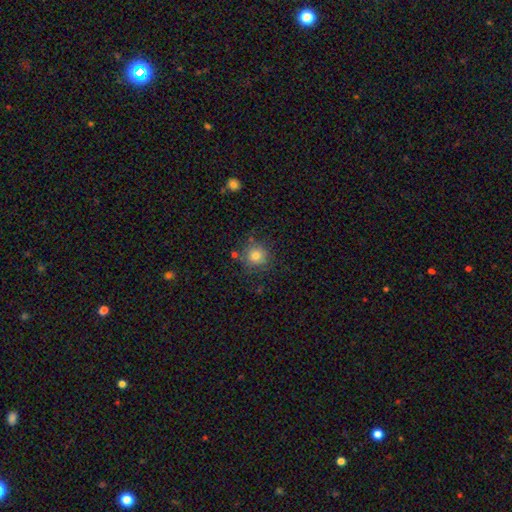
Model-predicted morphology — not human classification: The model was most divided on "merging": none: 79%, minor disturbance: 12%, merger: 4%, major disturbance: 4%. More confident: how rounded — round (92%); smooth or featured — smooth (80%).